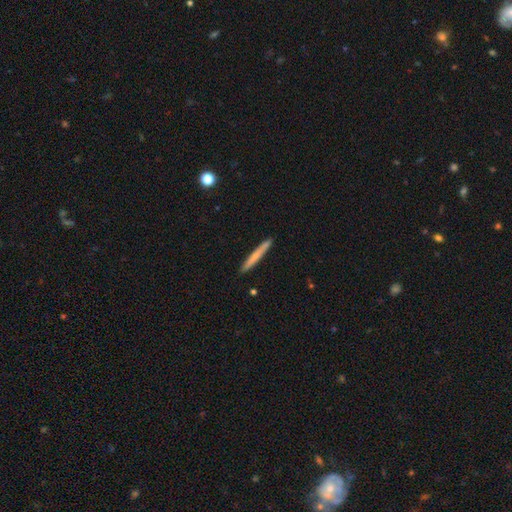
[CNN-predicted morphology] Overall: smooth (65%; featured or disk 29%). How rounded: cigar-shaped (97%). Merging: none (90%).